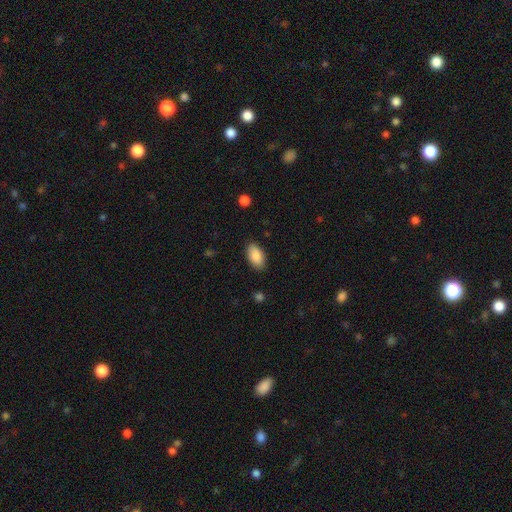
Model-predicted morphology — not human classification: smooth 89%, star or artifact 7%, featured or disk 5%. Down the decision tree: how rounded — in between (95%); merging — none (87%).